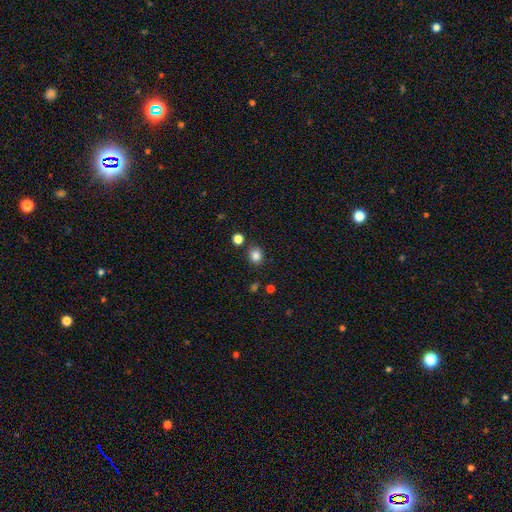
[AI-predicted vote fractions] Smooth or featured? smooth (84%)
How rounded? round (75%)
Merging? none (84%)